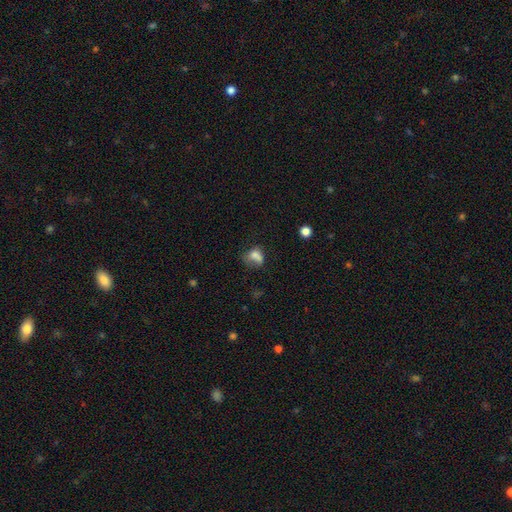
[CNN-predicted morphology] Smooth or featured: smooth — 70% (featured or disk — 17%)
How rounded: in between — 56% (round — 42%)
Merging: merger — 30% (none — 28%)